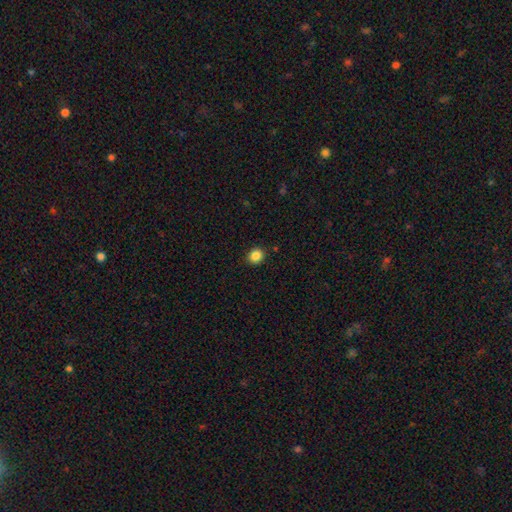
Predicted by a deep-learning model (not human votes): A smooth galaxy with no disk features (85%) that is round (80%).

Vote fractions:
- Smooth or featured? smooth: 85% / star or artifact: 11% / featured or disk: 4%
- How rounded? round: 80% / in between: 19% / cigar-shaped: 1%
- Merging? none: 91% / minor disturbance: 6% / major disturbance: 2% / merger: 1%